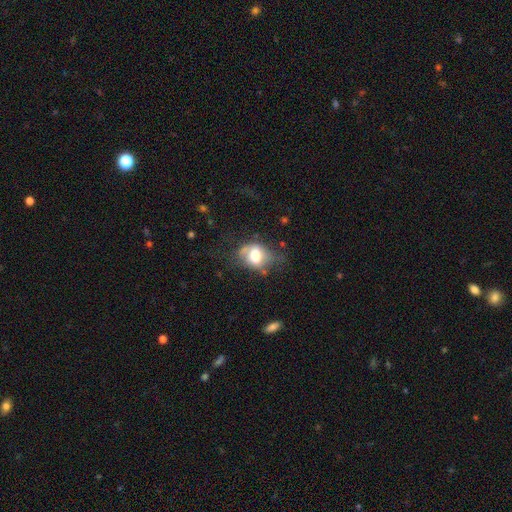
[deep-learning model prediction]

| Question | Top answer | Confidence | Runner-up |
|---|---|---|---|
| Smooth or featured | smooth | 65% | featured or disk (25%) |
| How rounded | in between | 55% | round (44%) |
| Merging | none | 37% | minor disturbance (33%) |